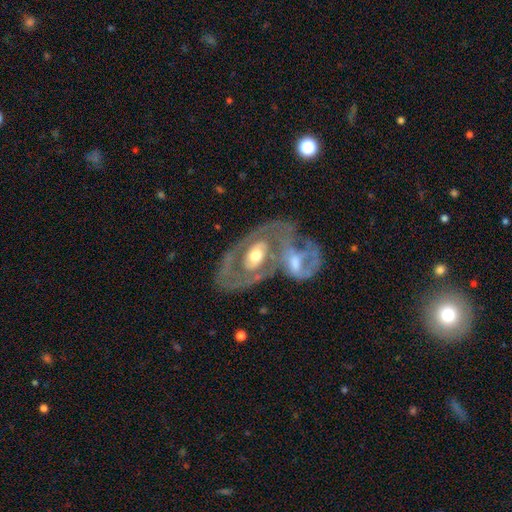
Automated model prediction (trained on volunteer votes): Smooth or featured? featured or disk (75%)
Edge-on disk? no (94%)
Bar? no (70%)
Spiral arms? yes (52%)
Bulge size? moderate (70%)
Merging? none (43%)